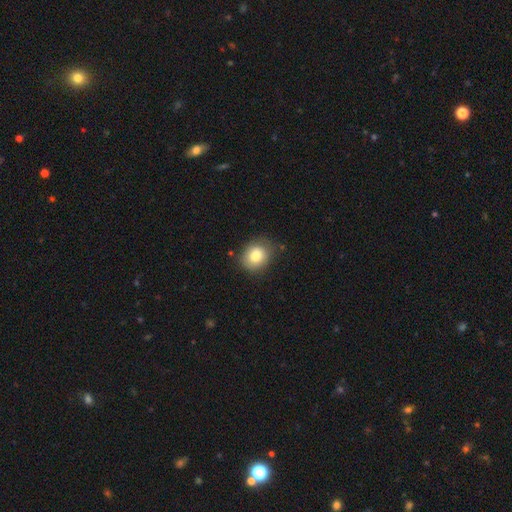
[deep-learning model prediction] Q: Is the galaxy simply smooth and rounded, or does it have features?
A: smooth — 82%.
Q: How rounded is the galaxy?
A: round — 67%.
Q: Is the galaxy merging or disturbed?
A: none — 80%.